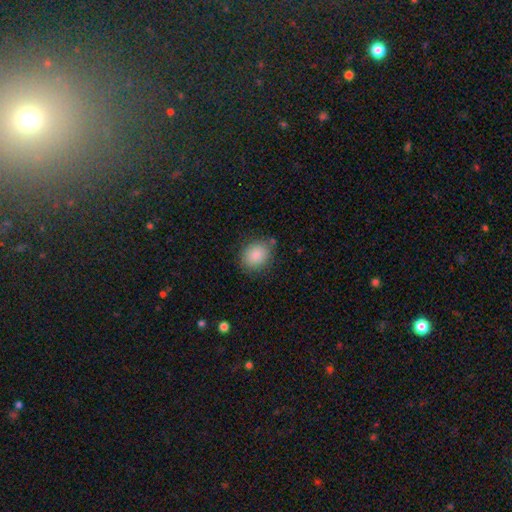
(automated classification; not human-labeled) A smooth galaxy with no disk features (87%) that is round (50%).

Vote fractions:
- Smooth or featured? smooth: 87% / star or artifact: 8% / featured or disk: 6%
- How rounded? round: 50% / in between: 49% / cigar-shaped: 1%
- Merging? none: 79% / minor disturbance: 14% / major disturbance: 4% / merger: 3%